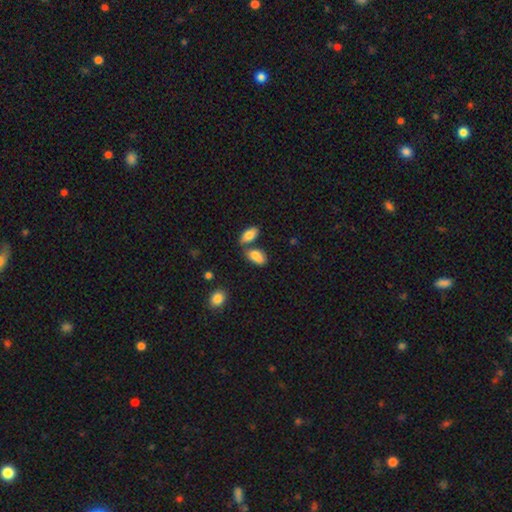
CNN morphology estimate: Smooth or featured?
  - smooth: 85% *
  - featured or disk: 8%
  - star or artifact: 7%
How rounded?
  - in between: 92% *
  - cigar-shaped: 4%
  - round: 4%
Merging?
  - none: 54% *
  - merger: 27%
  - minor disturbance: 15%
  - major disturbance: 4%